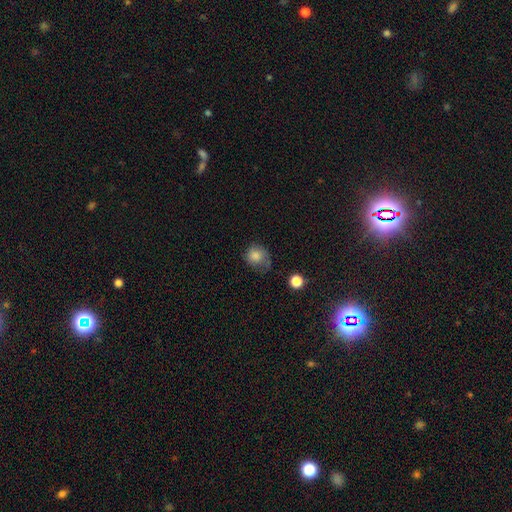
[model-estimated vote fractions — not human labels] Smooth or featured?
  - smooth: 77% *
  - featured or disk: 14%
  - star or artifact: 9%
How rounded?
  - round: 74% *
  - in between: 25%
  - cigar-shaped: 1%
Merging?
  - none: 45% *
  - minor disturbance: 31%
  - major disturbance: 20%
  - merger: 3%